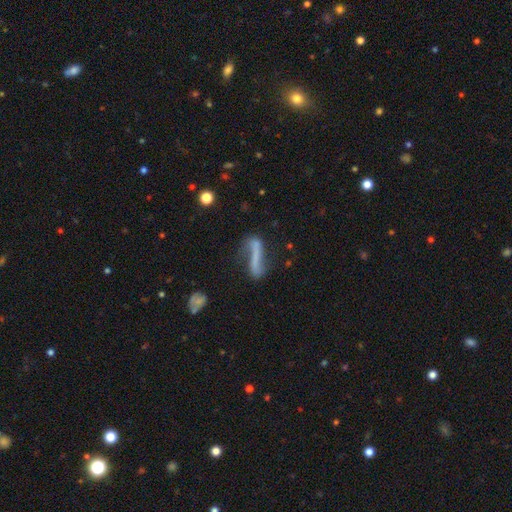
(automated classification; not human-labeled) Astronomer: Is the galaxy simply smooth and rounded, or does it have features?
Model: featured or disk — 50% (runner-up: smooth, 38%).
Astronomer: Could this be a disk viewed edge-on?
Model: no — 71%.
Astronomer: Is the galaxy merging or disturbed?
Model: none — 47% (runner-up: minor disturbance, 25%).